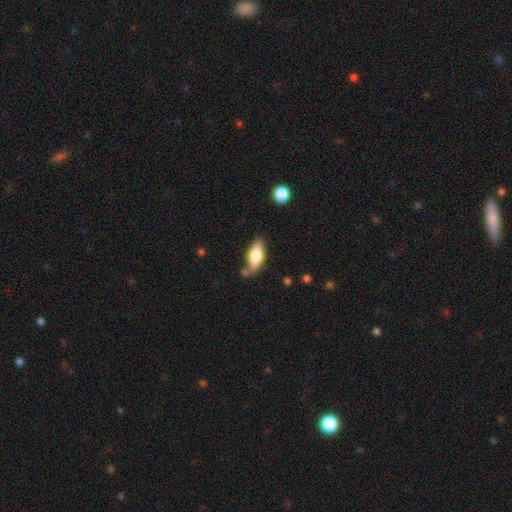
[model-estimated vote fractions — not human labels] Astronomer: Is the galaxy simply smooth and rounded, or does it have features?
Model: smooth — 63%.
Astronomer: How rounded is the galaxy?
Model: in between — 71%.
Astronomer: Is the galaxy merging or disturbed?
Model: none — 71%.